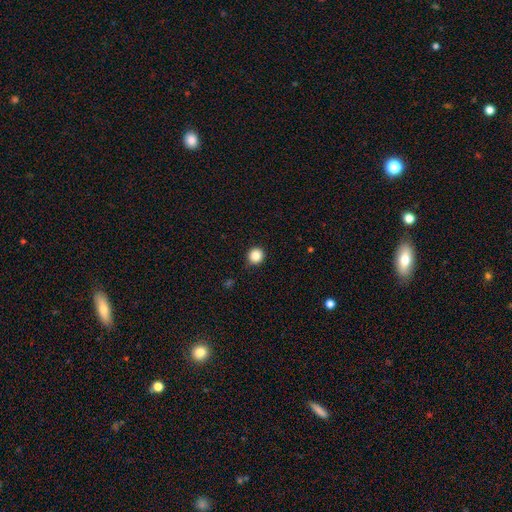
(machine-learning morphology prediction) Q: Smooth or featured?
A: smooth (85%); runner-up: star or artifact (11%)
Q: How rounded?
A: round (92%); runner-up: in between (7%)
Q: Merging?
A: none (89%); runner-up: minor disturbance (8%)